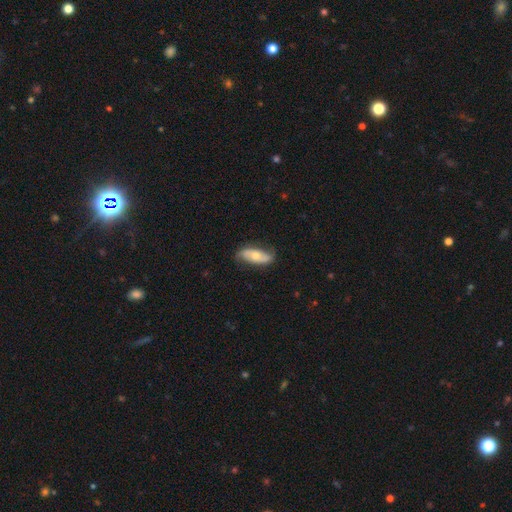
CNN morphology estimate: Overall: smooth (50%; featured or disk 44%). Merging: none (75%).